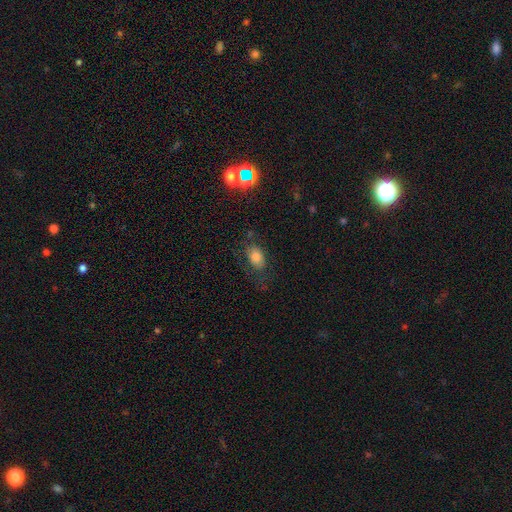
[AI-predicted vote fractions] The model was most divided on "merging": none: 64%, minor disturbance: 20%, major disturbance: 13%, merger: 3%. More confident: how rounded — in between (83%); smooth or featured — smooth (73%).